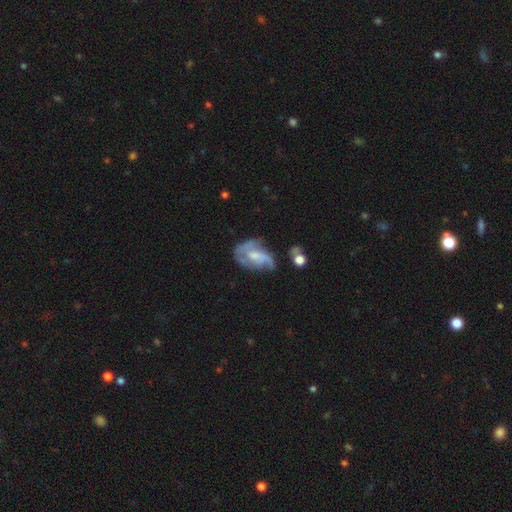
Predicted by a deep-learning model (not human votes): This appears to be a featured or disk galaxy (68%) with no bar (59%), 2 (37%) medium (42%) spiral arms (77%) and a moderate central bulge (42%). Merging: none (39%).